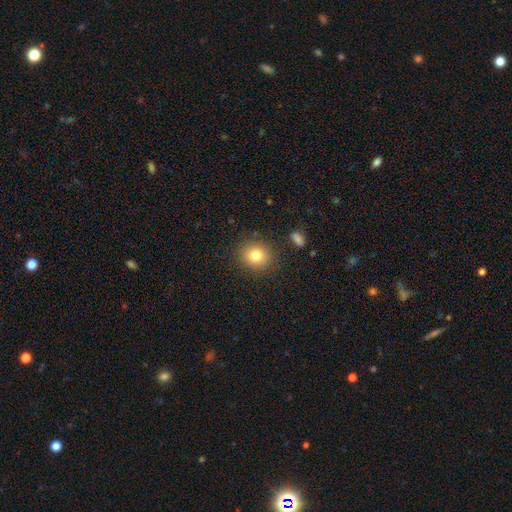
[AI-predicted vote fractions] The model was most divided on "how rounded": round: 81%, in between: 18%, cigar-shaped: 1%. More confident: merging — none (87%); smooth or featured — smooth (80%).